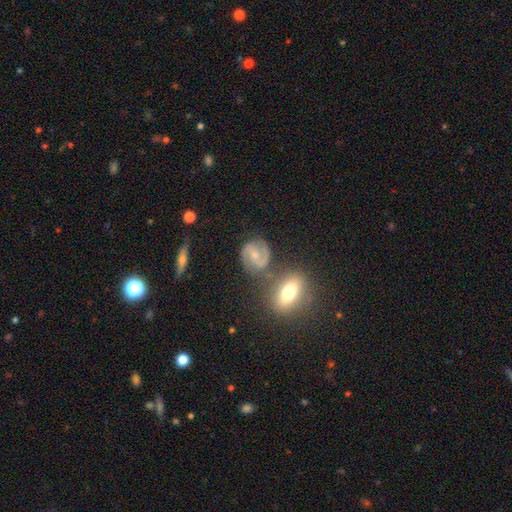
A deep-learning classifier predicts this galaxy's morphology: smooth-or-featured: featured or disk: 79% | smooth: 13% | star or artifact: 8%
  disk-edge-on: no: 97% | yes: 3%
    bar: no: 44% | weak: 42% | strong: 14%
    has-spiral-arms: yes: 96% | no: 4%
      spiral-winding: medium: 56% | tight: 29% | loose: 16%
      spiral-arm-count: 2: 91% | can't tell: 4% | 3: 2% | 1: 2% | 4: 1% | more than 4: 1%
    bulge-size: small: 61% | moderate: 30% | none: 6% | large: 2% | dominant: 1%
  merging: none: 71% | minor disturbance: 15% | merger: 9% | major disturbance: 5%